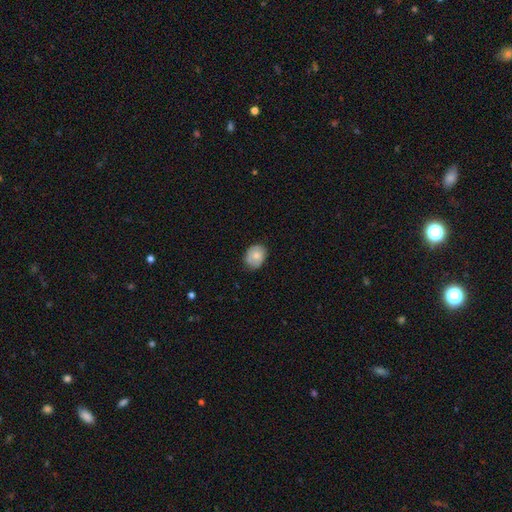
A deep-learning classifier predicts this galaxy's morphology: This is likely a smooth galaxy (73%). How rounded: possibly round (51%). Merging: likely none (76%).